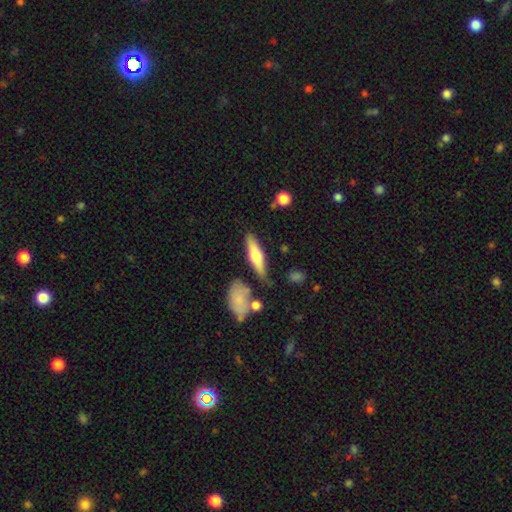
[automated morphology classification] A smooth galaxy with no disk features (54%) that is cigar-shaped (66%).

Vote fractions:
- Smooth or featured? smooth: 54% / featured or disk: 40% / star or artifact: 6%
- How rounded? cigar-shaped: 66% / in between: 31% / round: 3%
- Merging? none: 78% / minor disturbance: 13% / merger: 6% / major disturbance: 3%